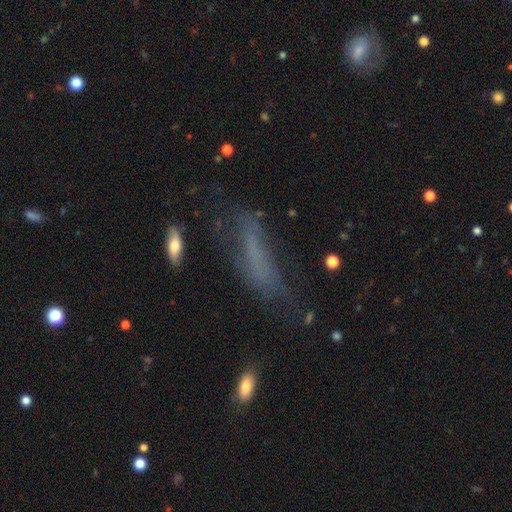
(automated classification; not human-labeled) Morphology: type=smooth (50%); roundness=cigar-shaped (55%); merging=none (46%).